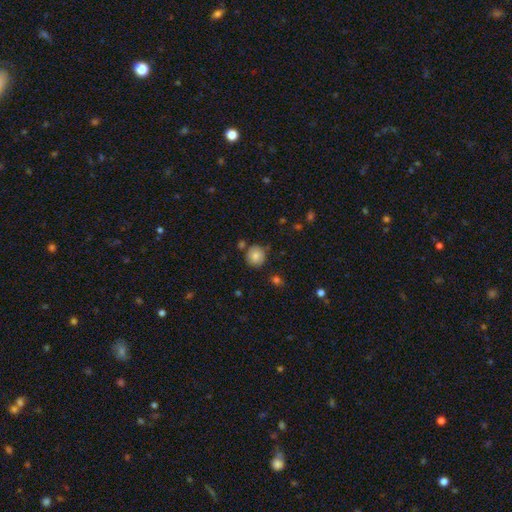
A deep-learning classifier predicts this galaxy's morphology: Smooth or featured?
  - smooth: 82% *
  - star or artifact: 9%
  - featured or disk: 9%
How rounded?
  - round: 90% *
  - in between: 9%
  - cigar-shaped: 1%
Merging?
  - none: 79% *
  - minor disturbance: 13%
  - merger: 5%
  - major disturbance: 3%